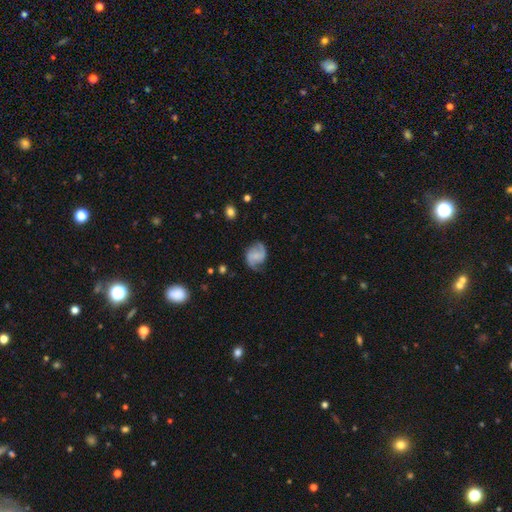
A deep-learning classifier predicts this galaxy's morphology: type=featured or disk (75%); edge-on=no (98%); bar=no (58%); spiral arms=yes (95%); winding=medium (47%); arm count=2 (89%); bulge=small (43%); merging=none (72%).